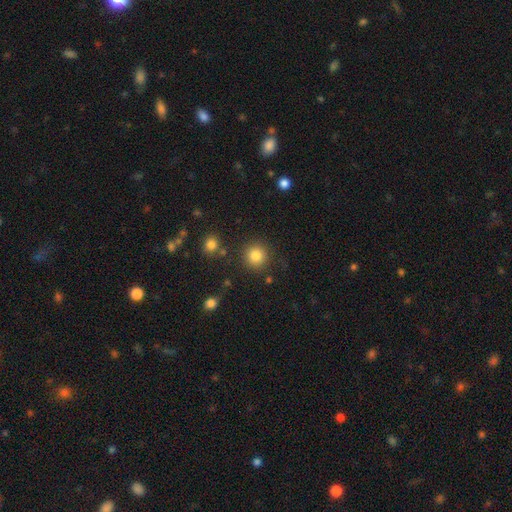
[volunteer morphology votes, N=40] smooth 90%, star or artifact 8%, featured or disk 2%. Down the decision tree: how rounded — round (92%); merging — none (92%).